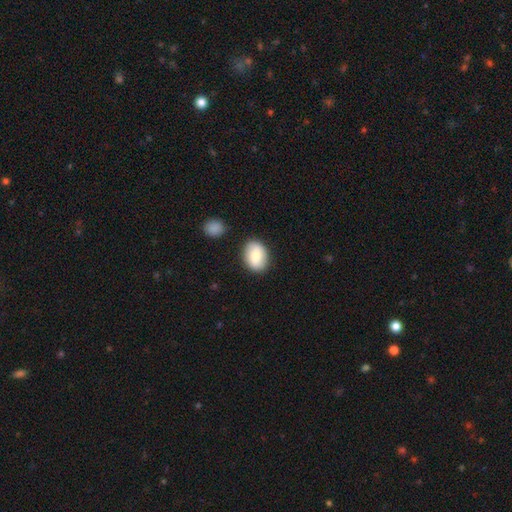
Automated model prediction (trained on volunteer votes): Q: Smooth or featured?
A: smooth (77%); runner-up: featured or disk (17%)
Q: How rounded?
A: in between (75%); runner-up: round (24%)
Q: Merging?
A: none (82%); runner-up: minor disturbance (12%)